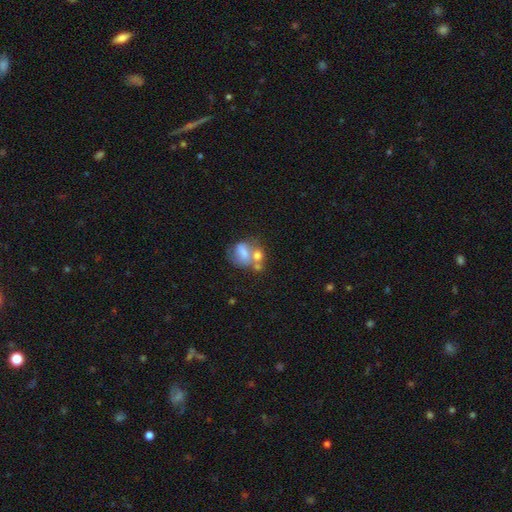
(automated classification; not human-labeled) A smooth galaxy with no disk features (51%) that is in between round and cigar-shaped (57%).

Vote fractions:
- Smooth or featured? smooth: 51% / featured or disk: 36% / star or artifact: 14%
- How rounded? in between: 57% / round: 41% / cigar-shaped: 2%
- Merging? merger: 47% / none: 30% / minor disturbance: 13% / major disturbance: 10%